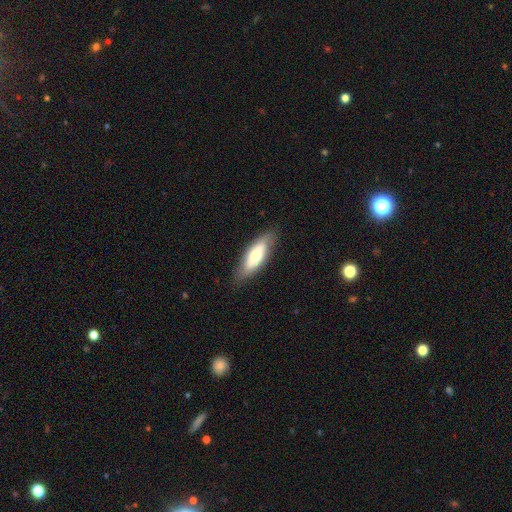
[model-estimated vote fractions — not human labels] Smooth or featured? smooth (60%)
How rounded? in between (63%)
Merging? none (82%)